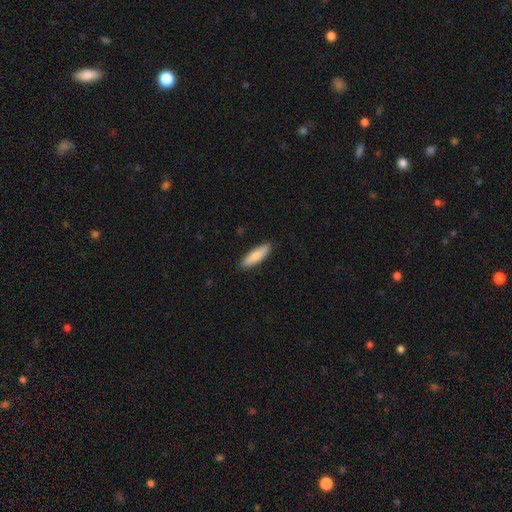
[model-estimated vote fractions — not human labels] Q: Smooth or featured?
A: smooth (85%); runner-up: featured or disk (10%)
Q: How rounded?
A: cigar-shaped (59%); runner-up: in between (40%)
Q: Merging?
A: none (89%); runner-up: minor disturbance (9%)